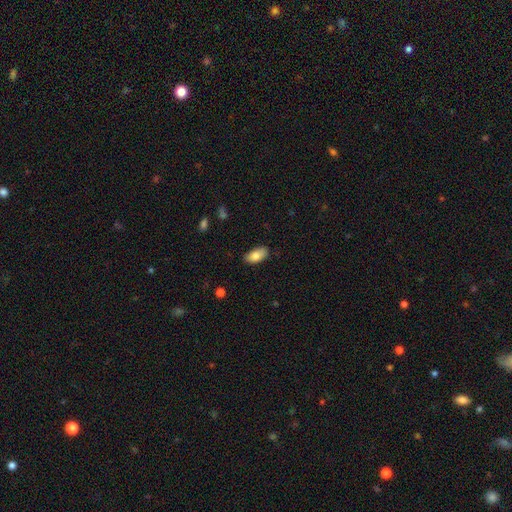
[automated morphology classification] This appears to be a smooth galaxy with no disk features (82%) that is in between round and cigar-shaped (92%). Merging: none (80%).